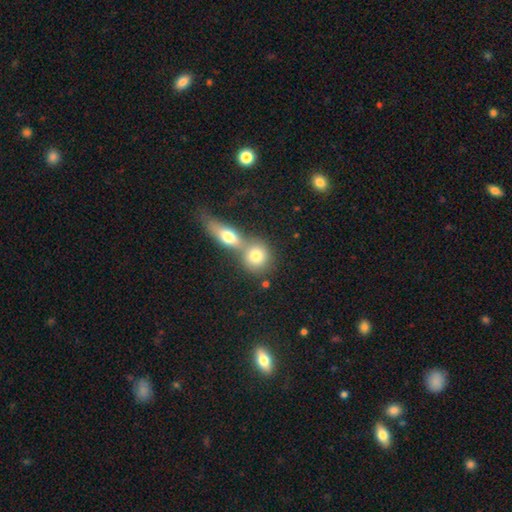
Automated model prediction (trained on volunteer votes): smooth 75%, featured or disk 16%, star or artifact 9%. Down the decision tree: how rounded — round (74%); merging — merger (53%).